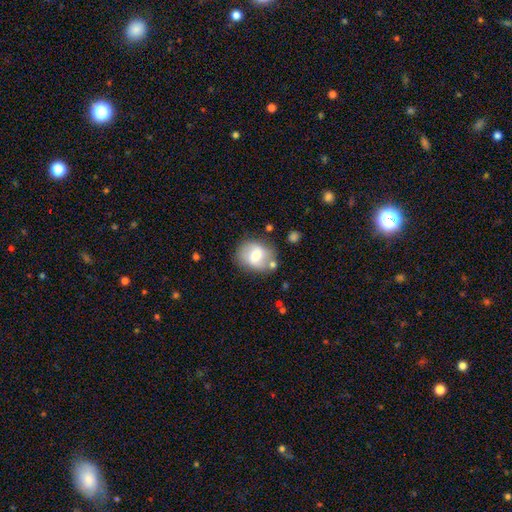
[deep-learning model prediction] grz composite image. It shows a smooth galaxy with no disk features (59%) that is round (55%). Merging: none (67%).